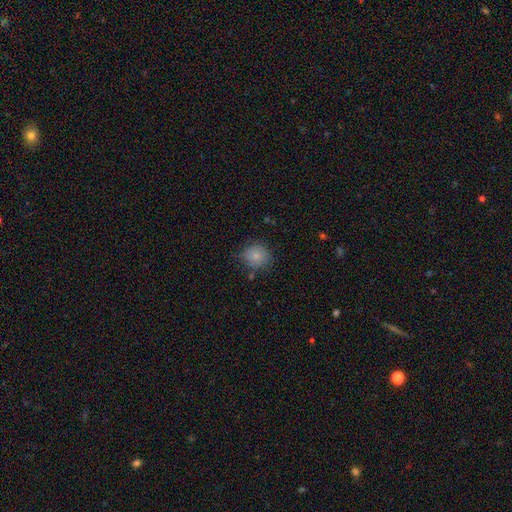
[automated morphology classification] smooth 84%, star or artifact 9%, featured or disk 7%. Down the decision tree: how rounded — round (81%); merging — none (78%).